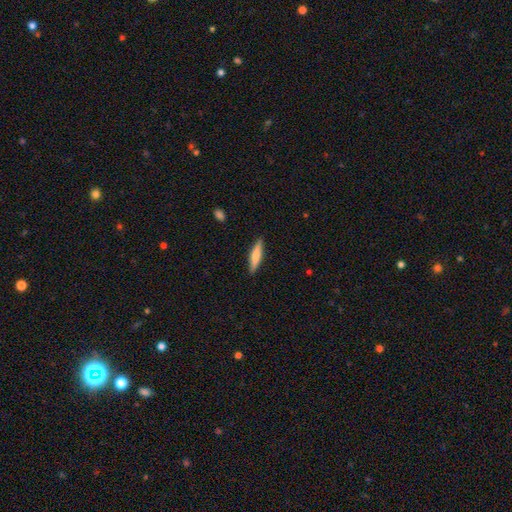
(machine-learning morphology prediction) Q: Smooth or featured?
A: smooth (69%); runner-up: featured or disk (25%)
Q: How rounded?
A: cigar-shaped (83%); runner-up: in between (16%)
Q: Merging?
A: none (89%); runner-up: minor disturbance (8%)